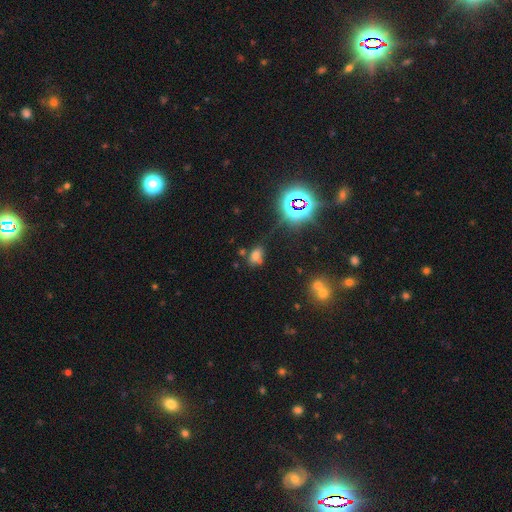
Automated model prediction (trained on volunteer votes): smooth 58%, star or artifact 31%, featured or disk 11%. Down the decision tree: how rounded — in between (80%); merging — none (60%).